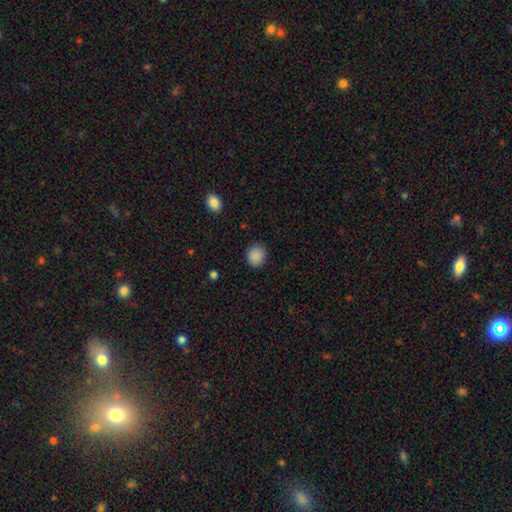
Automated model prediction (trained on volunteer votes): A smooth galaxy with no disk features (88%) that is round (77%). Merging: none (88%).